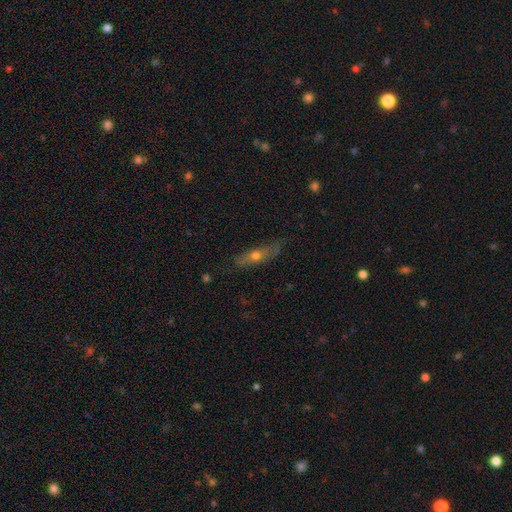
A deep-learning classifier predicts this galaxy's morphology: A featured or disk galaxy (49%). Merging: none (72%).